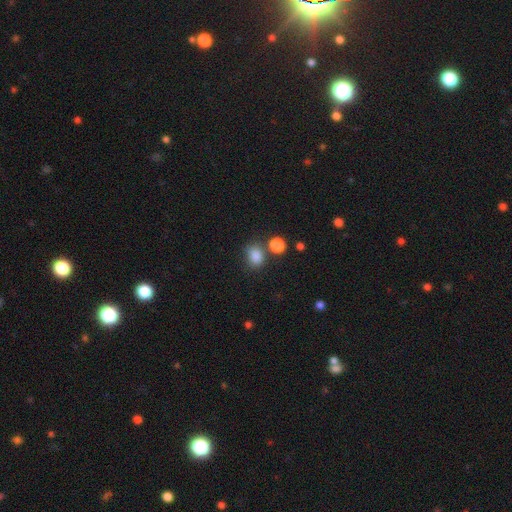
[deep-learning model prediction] Overall: smooth (84%). How rounded: round (50%; in between 49%). Merging: none (65%).